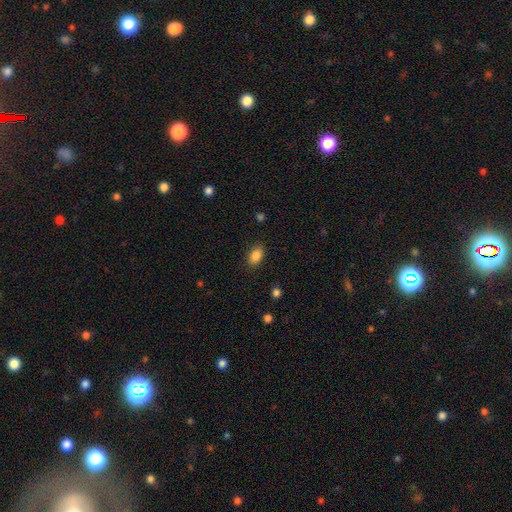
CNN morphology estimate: Q: Smooth or featured?
A: smooth (87%); runner-up: star or artifact (9%)
Q: How rounded?
A: in between (87%); runner-up: round (12%)
Q: Merging?
A: none (86%); runner-up: minor disturbance (10%)